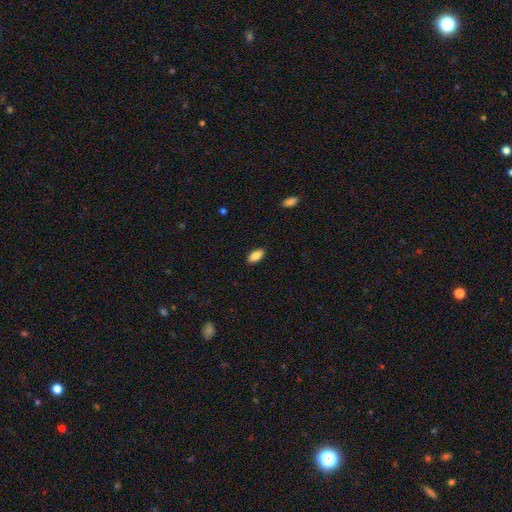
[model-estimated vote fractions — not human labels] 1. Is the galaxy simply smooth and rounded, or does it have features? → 86% smooth, 7% featured or disk, 7% star or artifact.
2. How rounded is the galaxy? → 91% in between, 7% cigar-shaped, 3% round.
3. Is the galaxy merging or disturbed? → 89% none, 8% minor disturbance, 2% major disturbance, 1% merger.